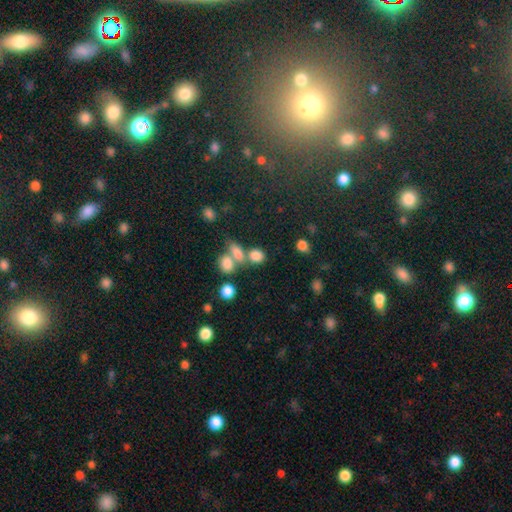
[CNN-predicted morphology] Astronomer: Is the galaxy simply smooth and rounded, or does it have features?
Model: smooth — 77%.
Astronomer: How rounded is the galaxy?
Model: round — 50% (runner-up: in between, 47%).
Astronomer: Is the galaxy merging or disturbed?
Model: none — 42%, tied with merger at 42%.